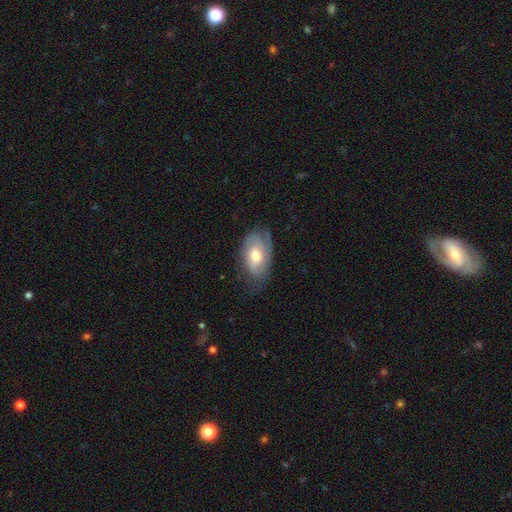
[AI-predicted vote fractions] A featured or disk galaxy (54%) with no bar (70%), spiral arms (78%) and a moderate central bulge (71%). Merging: none (63%).